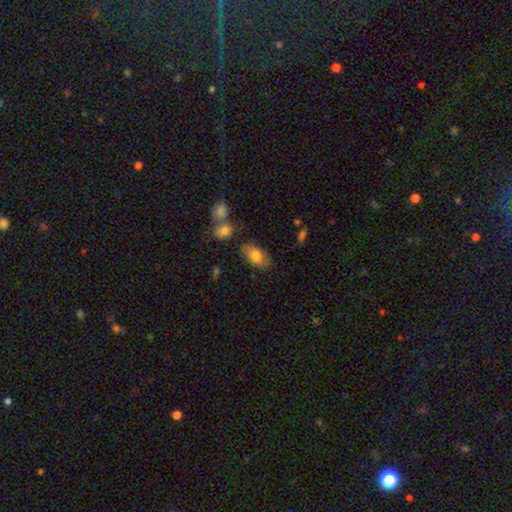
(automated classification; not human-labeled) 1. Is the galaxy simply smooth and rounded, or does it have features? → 75% smooth, 18% featured or disk, 7% star or artifact.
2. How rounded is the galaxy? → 92% in between, 4% round, 4% cigar-shaped.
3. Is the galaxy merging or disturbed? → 71% none, 18% minor disturbance, 6% merger, 5% major disturbance.